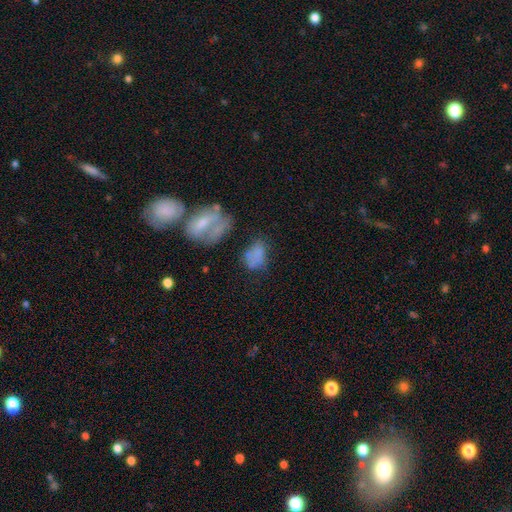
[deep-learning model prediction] Smooth or featured? smooth (66%)
How rounded? in between (78%)
Merging? none (36%)